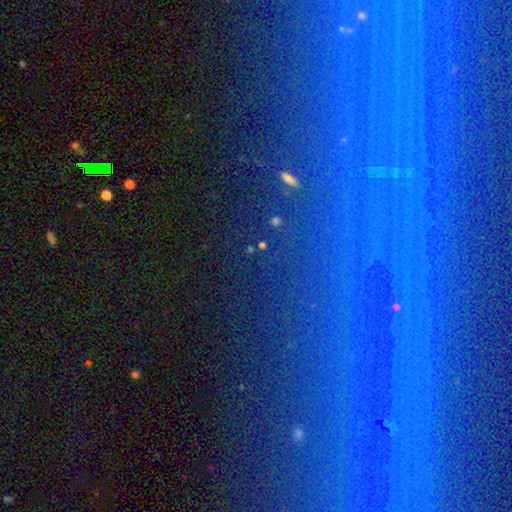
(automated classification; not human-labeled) smooth_or_featured: star or artifact (p=0.75) [alt: featured or disk p=0.13]